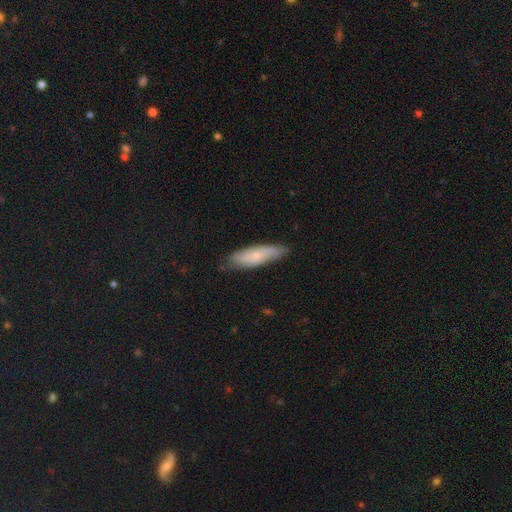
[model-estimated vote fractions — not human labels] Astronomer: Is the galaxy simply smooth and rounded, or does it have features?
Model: smooth — 52% (runner-up: featured or disk, 42%).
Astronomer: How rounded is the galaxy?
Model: cigar-shaped — 55% (runner-up: in between, 43%).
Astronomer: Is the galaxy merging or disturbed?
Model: none — 72%.